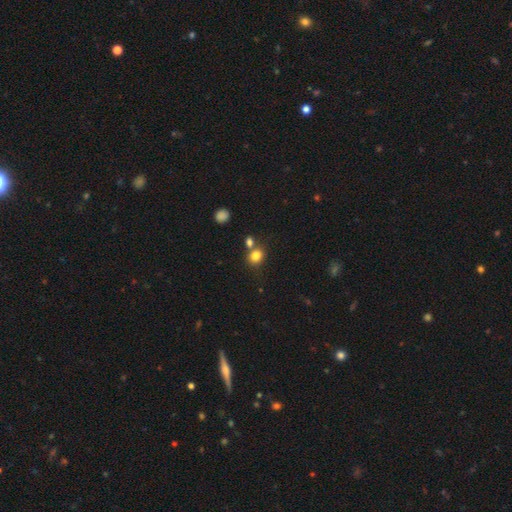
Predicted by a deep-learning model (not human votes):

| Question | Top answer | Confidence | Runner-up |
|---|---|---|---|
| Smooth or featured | smooth | 81% | star or artifact (13%) |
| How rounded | round | 70% | in between (29%) |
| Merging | none | 63% | merger (23%) |